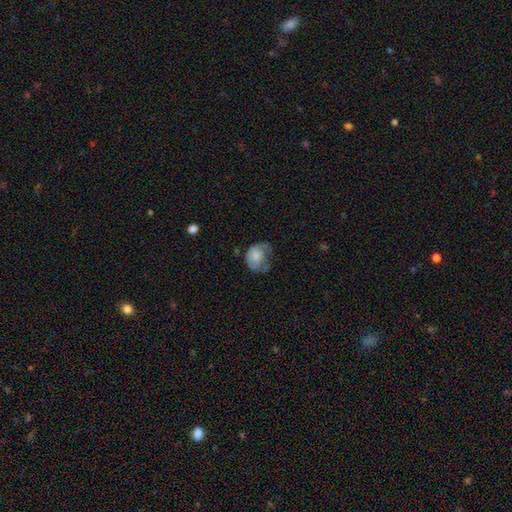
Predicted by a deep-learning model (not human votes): A smooth galaxy with no disk features (62%) that is round (52%).

Vote fractions:
- Smooth or featured? smooth: 62% / featured or disk: 31% / star or artifact: 7%
- How rounded? round: 52% / in between: 47% / cigar-shaped: 1%
- Merging? major disturbance: 36% / minor disturbance: 34% / none: 28% / merger: 2%